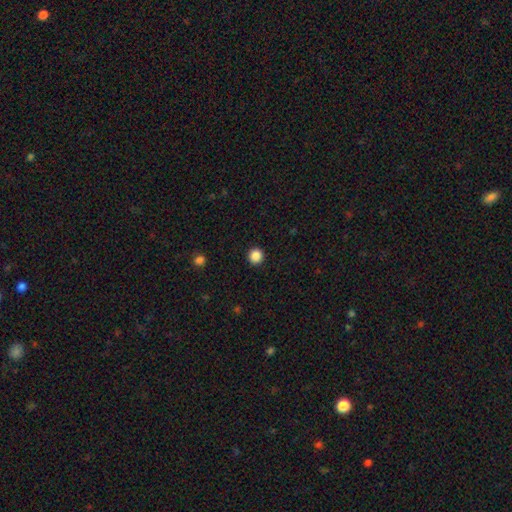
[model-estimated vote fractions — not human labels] The model was most divided on "smooth or featured": smooth: 87%, star or artifact: 11%, featured or disk: 3%. More confident: how rounded — round (94%); merging — none (93%).